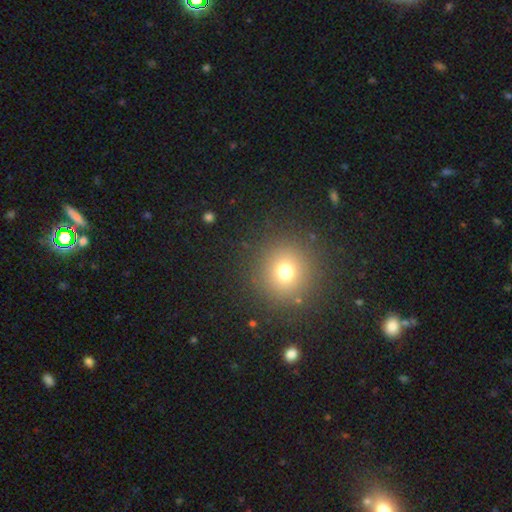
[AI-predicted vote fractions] Smooth or featured? Predicted: smooth (p=0.66). How rounded? Predicted: round (p=0.93). Merging? Predicted: none (p=0.91).